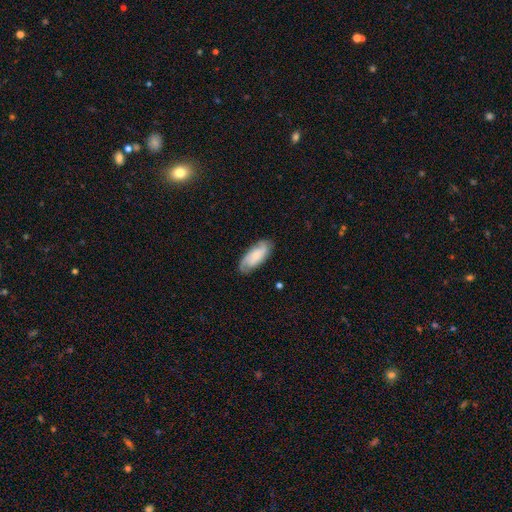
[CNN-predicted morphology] This is possibly a featured or disk galaxy (51%). It is clearly not viewed edge-on (91%). Merging: likely none (79%).